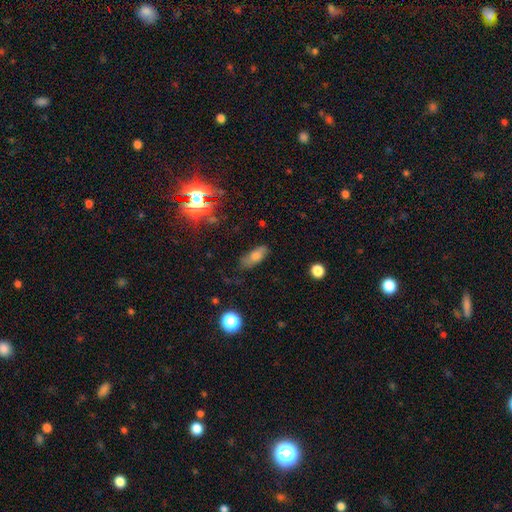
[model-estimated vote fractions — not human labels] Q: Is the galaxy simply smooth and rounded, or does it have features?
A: smooth — 66%.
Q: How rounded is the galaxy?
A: in between — 74%.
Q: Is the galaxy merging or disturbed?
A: none — 70%.